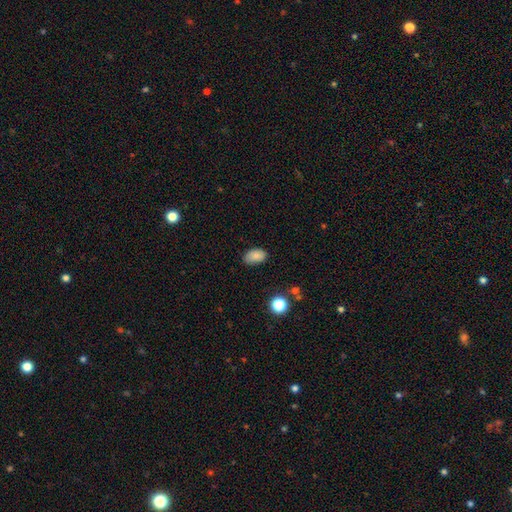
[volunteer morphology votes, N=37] A smooth galaxy with no disk features (89%) that is in between round and cigar-shaped (94%).

Vote fractions:
- Smooth or featured? smooth: 89% / featured or disk: 8% / star or artifact: 3%
- How rounded? in between: 94% / round: 6% / cigar-shaped: 0%
- Merging? none: 81% / minor disturbance: 17% / merger: 3% / major disturbance: 0%